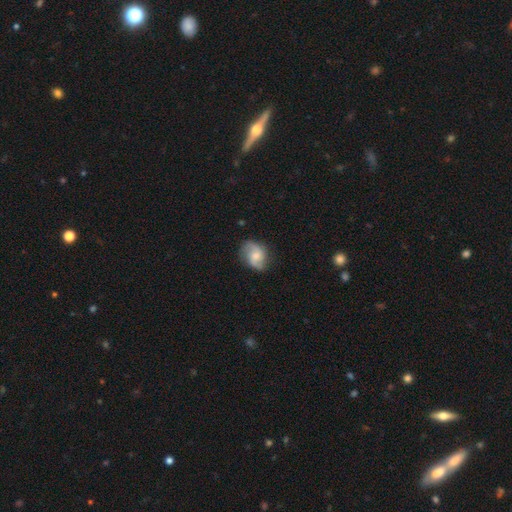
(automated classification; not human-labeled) Q: Smooth or featured?
A: featured or disk (61%); runner-up: smooth (32%)
Q: Edge-on disk?
A: no (97%); runner-up: yes (3%)
Q: Bar?
A: no (59%); runner-up: weak (35%)
Q: Spiral arms?
A: yes (92%); runner-up: no (8%)
Q: Spiral winding?
A: loose (45%); runner-up: medium (40%)
Q: Spiral arm count?
A: 2 (85%); runner-up: can't tell (7%)
Q: Bulge size?
A: small (45%); runner-up: moderate (44%)
Q: Merging?
A: none (73%); runner-up: minor disturbance (20%)